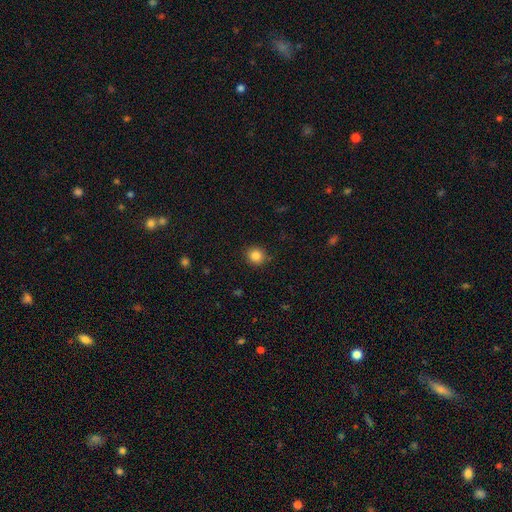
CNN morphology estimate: smooth_or_featured: smooth (p=0.85) [alt: star or artifact p=0.11]
how_rounded: round (p=0.90) [alt: in between p=0.09]
merging: none (p=0.89) [alt: minor disturbance p=0.08]